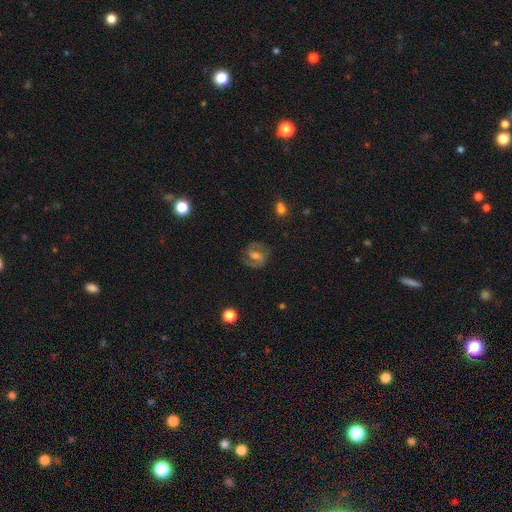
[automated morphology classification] type=featured or disk (77%); edge-on=no (97%); bar=weak (49%); spiral arms=yes (93%); winding=medium (53%); arm count=2 (89%); bulge=moderate (51%); merging=none (80%).